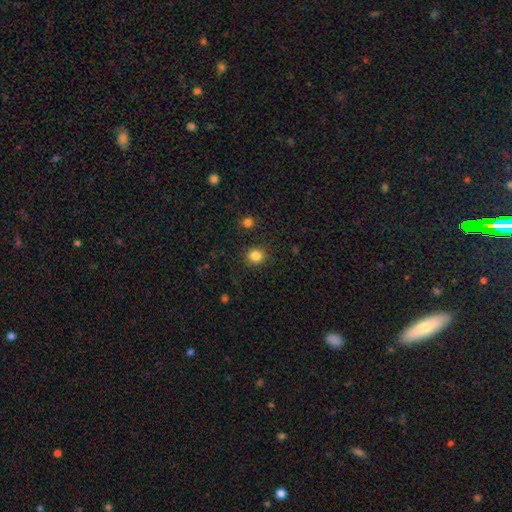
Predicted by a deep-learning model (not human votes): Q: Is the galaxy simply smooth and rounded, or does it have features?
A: smooth — 84%.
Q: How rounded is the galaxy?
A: round — 89%.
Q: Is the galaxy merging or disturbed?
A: none — 90%.